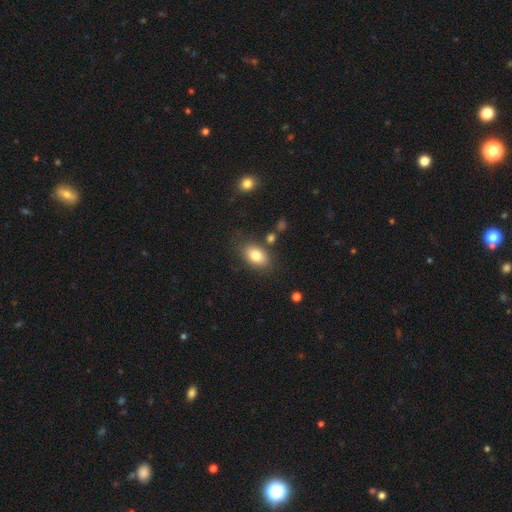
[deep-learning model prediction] smooth-or-featured: smooth: 80% | featured or disk: 11% | star or artifact: 8%
  how-rounded: in between: 86% | round: 13% | cigar-shaped: 2%
  merging: none: 79% | minor disturbance: 13% | merger: 5% | major disturbance: 4%